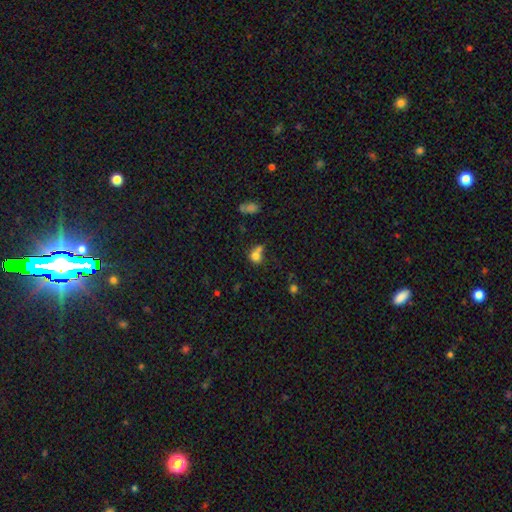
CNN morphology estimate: Smooth or featured? Predicted: smooth (p=0.75). How rounded? Predicted: round (p=0.68). Merging? Predicted: merger (p=0.43).